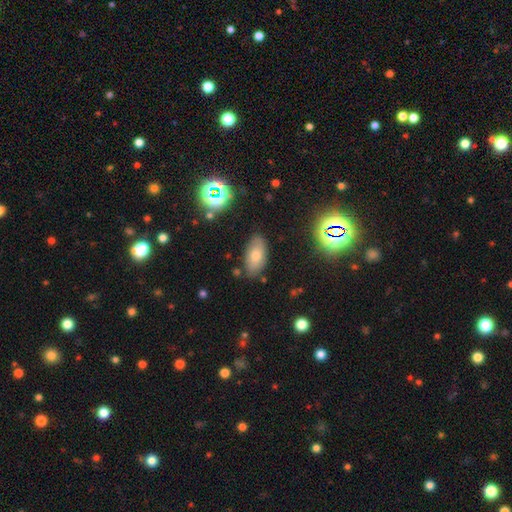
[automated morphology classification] Overall: smooth (74%). How rounded: in between (92%). Merging: none (81%).